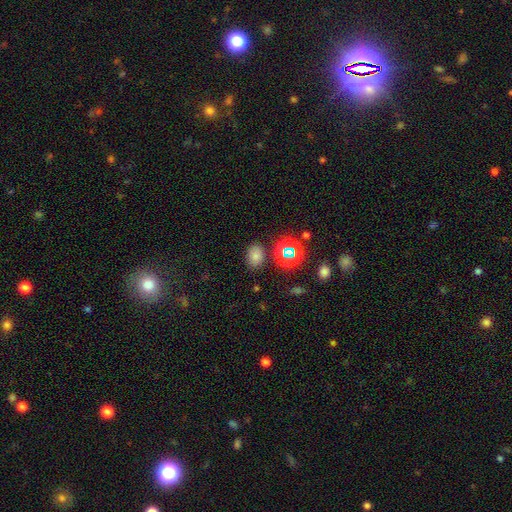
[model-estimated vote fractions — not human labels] The model was most divided on "smooth or featured": smooth: 71%, star or artifact: 21%, featured or disk: 8%. More confident: merging — none (82%); how rounded — in between (76%).